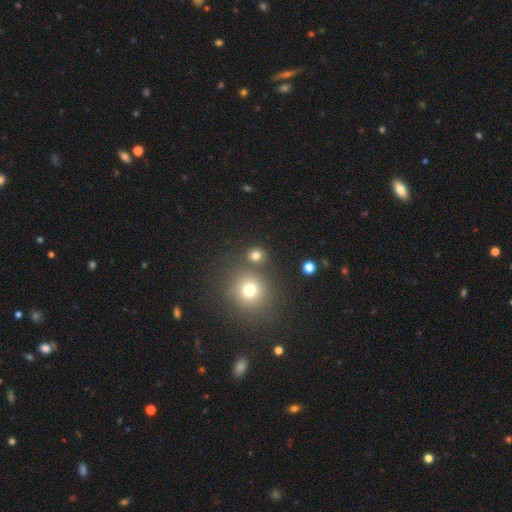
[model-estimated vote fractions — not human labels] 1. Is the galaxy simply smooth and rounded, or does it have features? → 75% smooth, 17% star or artifact, 7% featured or disk.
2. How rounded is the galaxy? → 81% round, 18% in between, 1% cigar-shaped.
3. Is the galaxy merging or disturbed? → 75% none, 13% merger, 8% minor disturbance, 4% major disturbance.